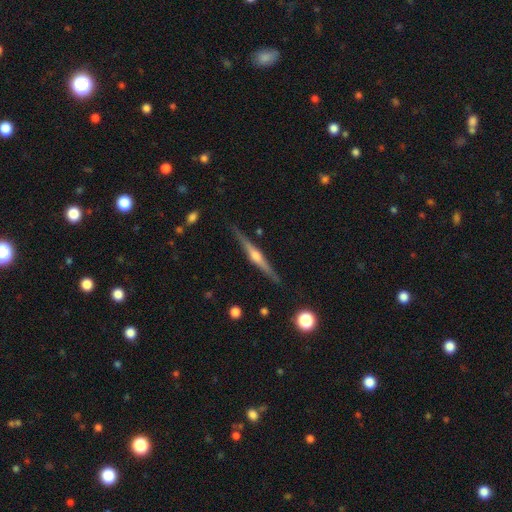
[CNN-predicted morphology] The model was most divided on "smooth or featured": featured or disk: 81%, smooth: 14%, star or artifact: 6%. More confident: edge-on disk — yes (98%); merging — none (89%); edge-on bulge — rounded (89%).